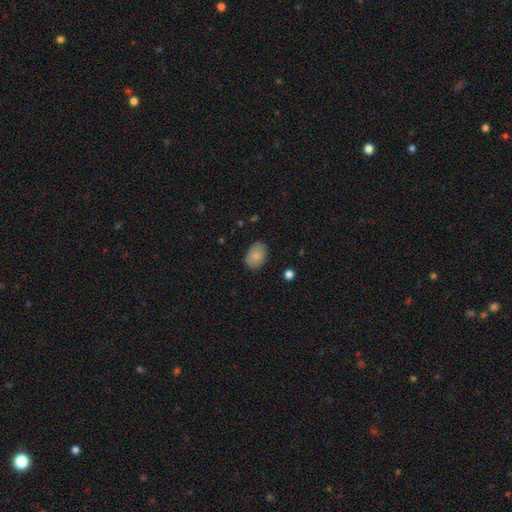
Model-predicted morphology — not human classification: smooth 84%, featured or disk 8%, star or artifact 7%. Down the decision tree: how rounded — in between (84%); merging — none (82%).